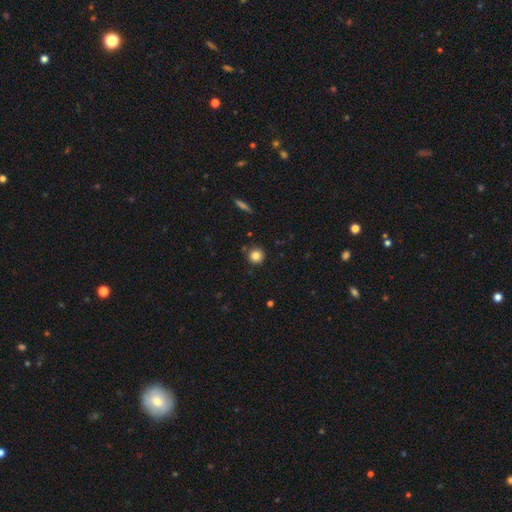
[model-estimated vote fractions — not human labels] Q: Smooth or featured?
A: smooth (83%); runner-up: star or artifact (11%)
Q: How rounded?
A: round (94%); runner-up: in between (5%)
Q: Merging?
A: none (88%); runner-up: minor disturbance (7%)